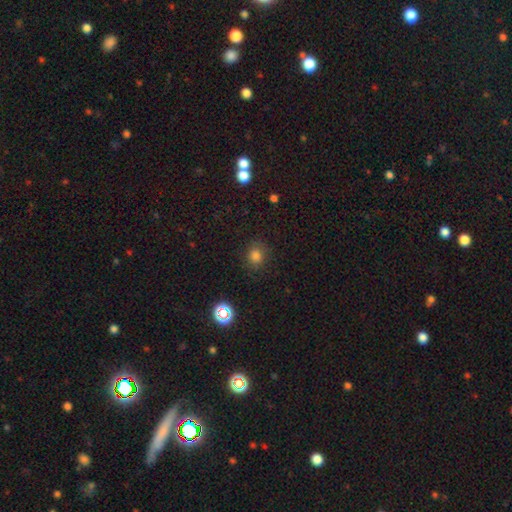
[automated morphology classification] A smooth galaxy with no disk features (78%) that is round (76%). Merging: none (83%).